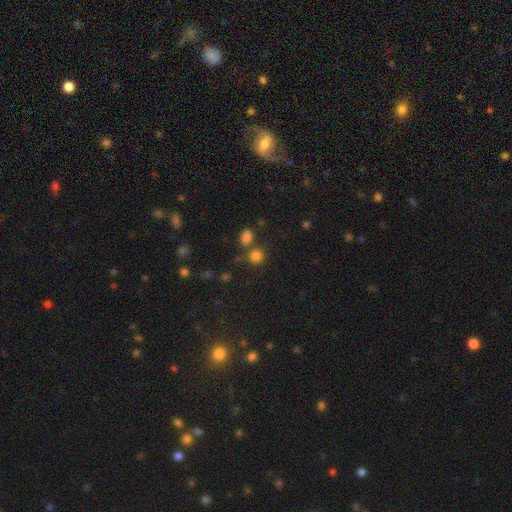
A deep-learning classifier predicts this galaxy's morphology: A smooth galaxy with no disk features (79%) that is round (83%). Merging: none (66%).